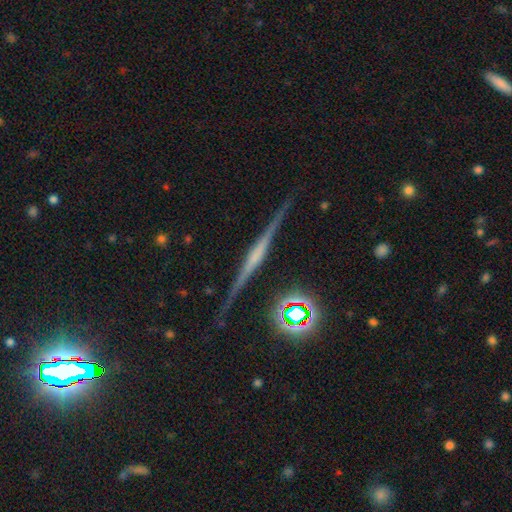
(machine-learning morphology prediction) A featured or disk galaxy (78%) viewed edge-on (98%) with a rounded central bulge (46%).

Vote fractions:
- Smooth or featured? featured or disk: 78% / star or artifact: 11% / smooth: 11%
- Edge-on disk? yes: 98% / no: 2%
- Edge-on bulge? rounded: 46% / boxy: 30% / none: 23%
- Merging? none: 87% / minor disturbance: 9% / major disturbance: 2% / merger: 1%